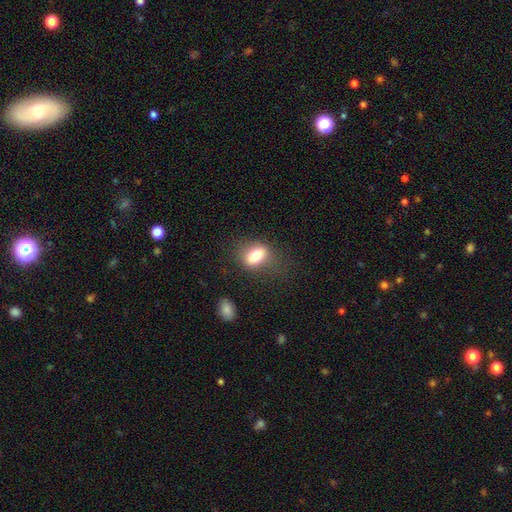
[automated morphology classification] smooth-or-featured: smooth: 74% | featured or disk: 17% | star or artifact: 9%
  how-rounded: in between: 77% | round: 19% | cigar-shaped: 4%
  merging: none: 73% | minor disturbance: 17% | major disturbance: 9% | merger: 2%